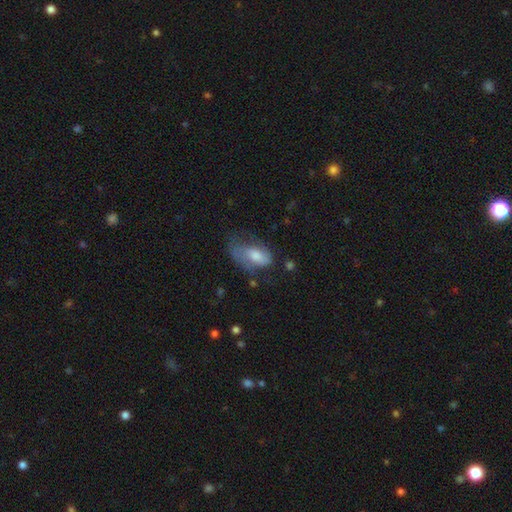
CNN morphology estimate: smooth-or-featured: smooth: 51% | featured or disk: 40% | star or artifact: 9%
  how-rounded: in between: 89% | round: 6% | cigar-shaped: 5%
  merging: none: 36% | major disturbance: 31% | minor disturbance: 30% | merger: 3%